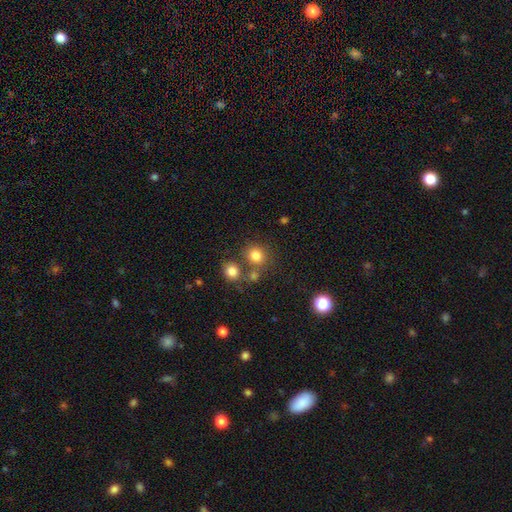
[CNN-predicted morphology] smooth 79%, star or artifact 14%, featured or disk 7%. Down the decision tree: how rounded — round (82%); merging — none (65%).